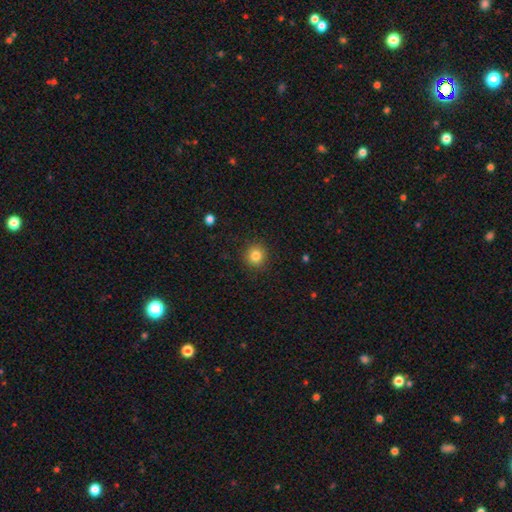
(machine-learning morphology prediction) type=smooth (83%); roundness=round (93%); merging=none (91%).